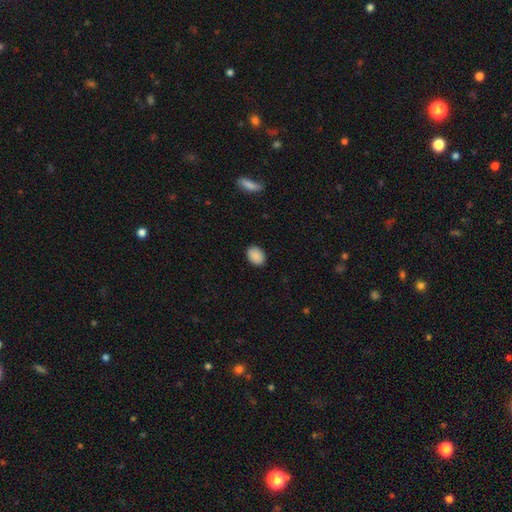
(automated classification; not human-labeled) Smooth or featured: smooth — 89% (star or artifact — 7%)
How rounded: in between — 74% (round — 25%)
Merging: none — 89% (minor disturbance — 8%)